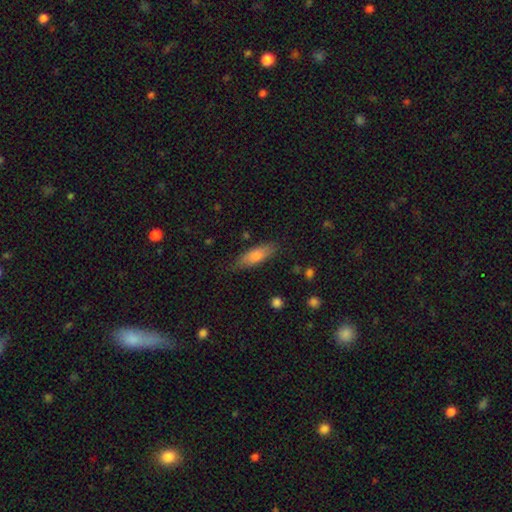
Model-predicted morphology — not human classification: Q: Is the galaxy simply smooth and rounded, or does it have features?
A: smooth — 76%.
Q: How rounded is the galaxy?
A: in between — 55%.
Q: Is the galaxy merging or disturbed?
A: none — 80%.